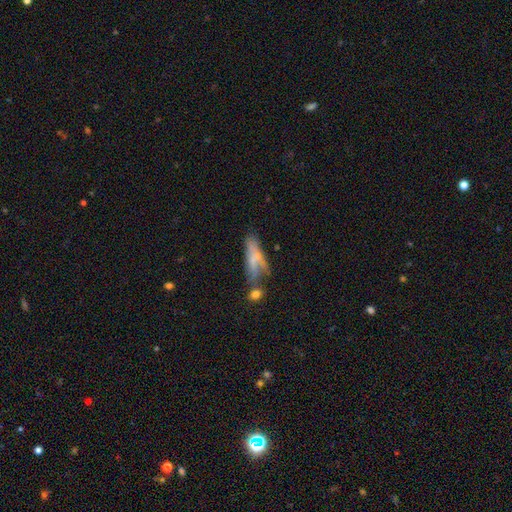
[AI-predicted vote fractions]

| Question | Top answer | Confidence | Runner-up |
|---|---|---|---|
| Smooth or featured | smooth | 53% | featured or disk (36%) |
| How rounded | cigar-shaped | 55% | in between (42%) |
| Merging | none | 38% | minor disturbance (23%) |